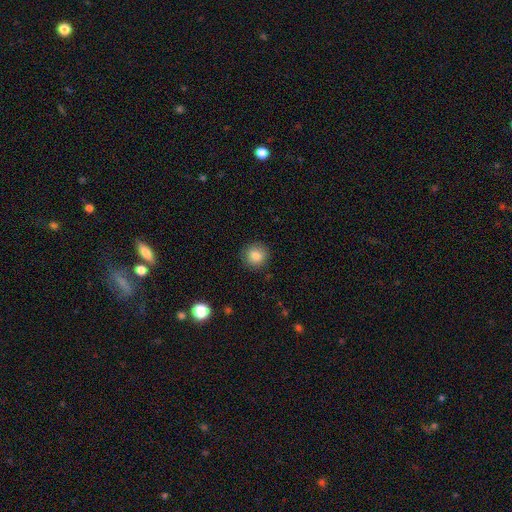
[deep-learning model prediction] The model was most divided on "smooth or featured": smooth: 85%, star or artifact: 9%, featured or disk: 6%. More confident: how rounded — round (92%); merging — none (89%).